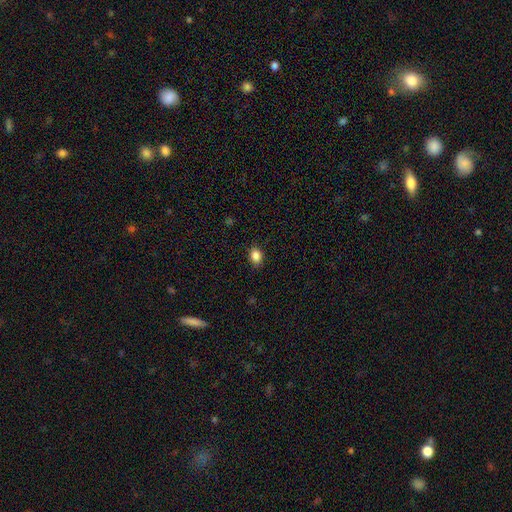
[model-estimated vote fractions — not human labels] This appears to be a smooth galaxy with no disk features (86%) that is in between round and cigar-shaped (70%). Merging: none (87%).